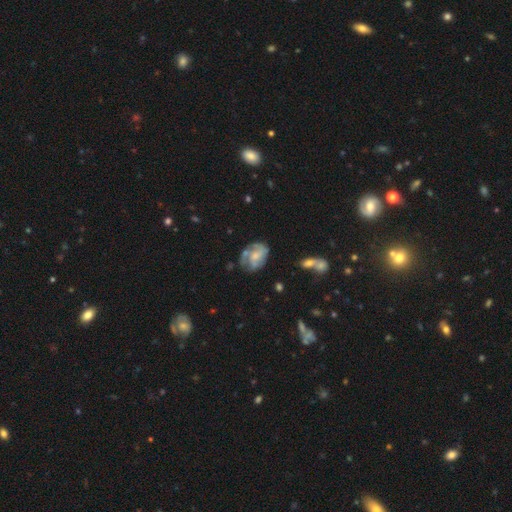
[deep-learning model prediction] Smooth or featured: featured or disk — 64% (smooth — 29%)
Edge-on disk: no — 97% (yes — 3%)
Bar: no — 62% (weak — 32%)
Spiral arms: yes — 75% (no — 25%)
Bulge size: small — 42% (moderate — 38%)
Merging: none — 51% (minor disturbance — 26%)